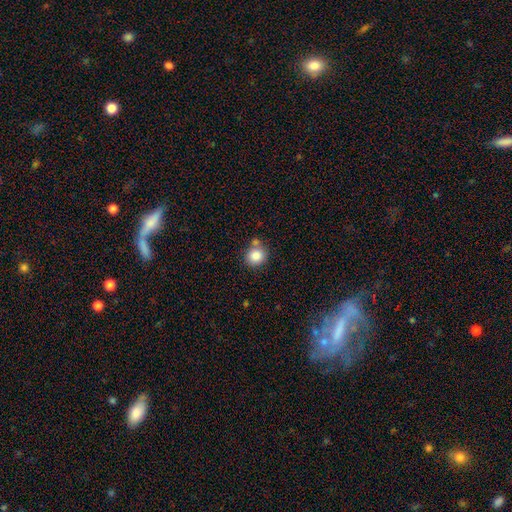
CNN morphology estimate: smooth-or-featured: smooth: 85% | star or artifact: 10% | featured or disk: 6%
  how-rounded: round: 86% | in between: 13% | cigar-shaped: 1%
  merging: none: 67% | merger: 17% | minor disturbance: 12% | major disturbance: 4%